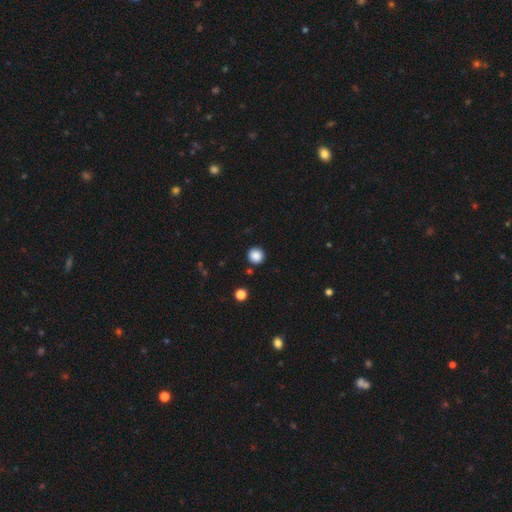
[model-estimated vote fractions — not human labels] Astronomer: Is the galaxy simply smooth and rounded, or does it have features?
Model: smooth — 87%.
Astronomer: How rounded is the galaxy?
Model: round — 94%.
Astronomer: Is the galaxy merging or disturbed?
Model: none — 91%.